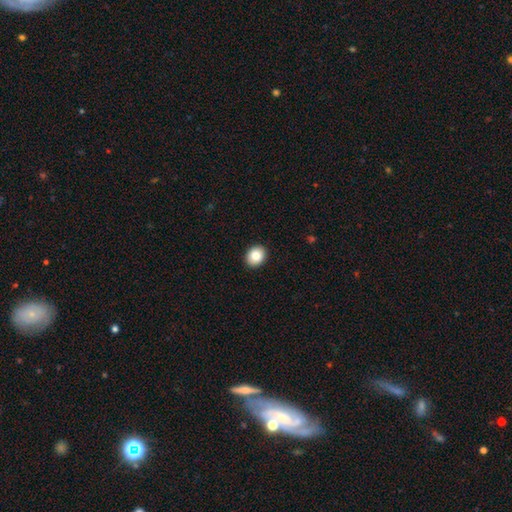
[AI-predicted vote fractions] A smooth galaxy with no disk features (85%) that is round (52%).

Vote fractions:
- Smooth or featured? smooth: 85% / star or artifact: 9% / featured or disk: 7%
- How rounded? round: 52% / in between: 47% / cigar-shaped: 1%
- Merging? none: 92% / minor disturbance: 6% / major disturbance: 2% / merger: 1%